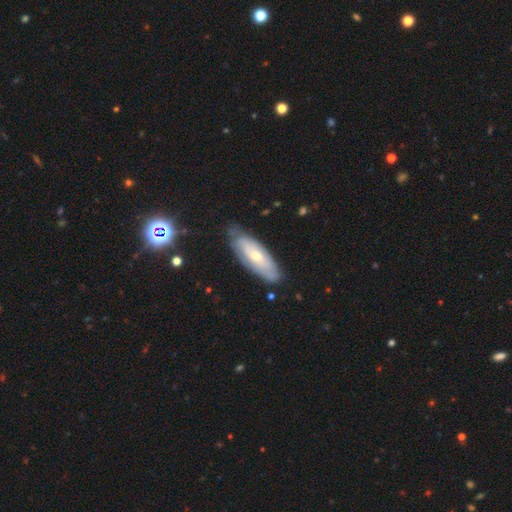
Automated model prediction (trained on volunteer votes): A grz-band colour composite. It shows a featured or disk galaxy (57%). Merging: none (73%).